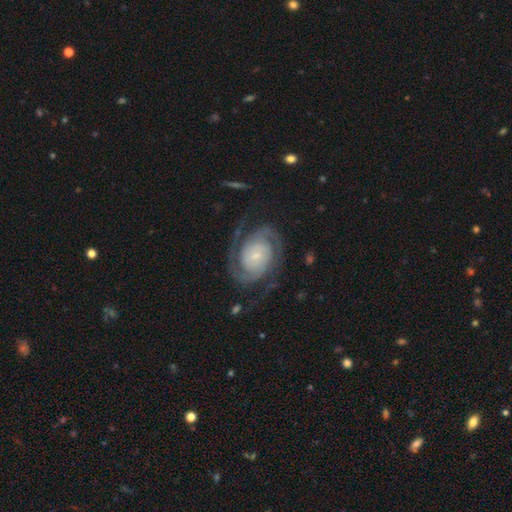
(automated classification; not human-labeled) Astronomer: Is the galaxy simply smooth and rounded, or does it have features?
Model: featured or disk — 91%.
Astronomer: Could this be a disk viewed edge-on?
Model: no — 98%.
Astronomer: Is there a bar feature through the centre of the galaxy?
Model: no — 65%.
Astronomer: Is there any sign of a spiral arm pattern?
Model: yes — 98%.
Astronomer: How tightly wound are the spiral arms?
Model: tight — 61%.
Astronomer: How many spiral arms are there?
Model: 2 — 86%.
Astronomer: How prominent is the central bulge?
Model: small — 69%.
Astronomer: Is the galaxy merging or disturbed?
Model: none — 76%.